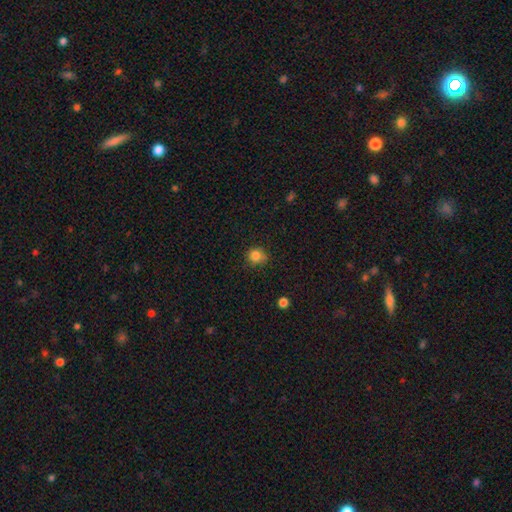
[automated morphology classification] Smooth or featured? smooth (84%)
How rounded? round (85%)
Merging? none (73%)